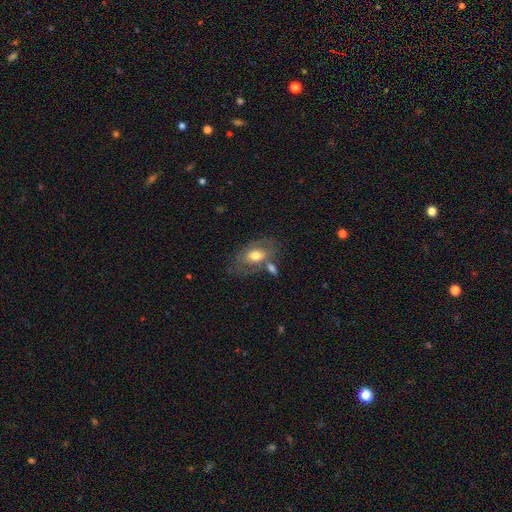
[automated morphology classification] smooth-or-featured: smooth: 53% | featured or disk: 39% | star or artifact: 8%
  how-rounded: in between: 85% | round: 13% | cigar-shaped: 2%
  merging: none: 51% | merger: 21% | minor disturbance: 18% | major disturbance: 9%